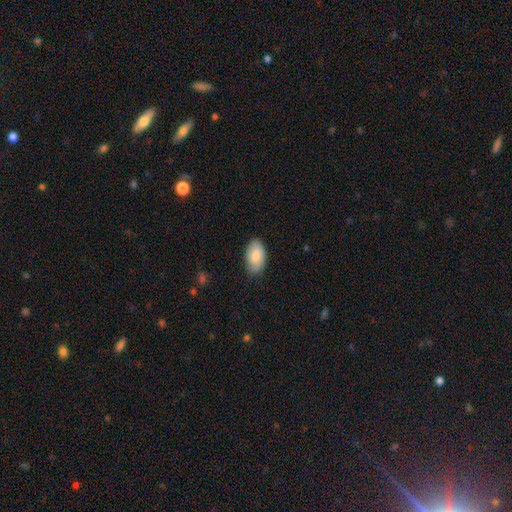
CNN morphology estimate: smooth 85%, featured or disk 10%, star or artifact 6%. Down the decision tree: how rounded — in between (95%); merging — none (83%).